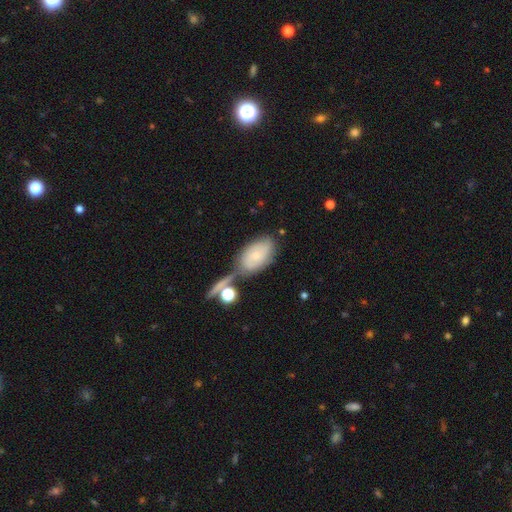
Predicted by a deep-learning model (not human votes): The model was most divided on "smooth or featured": smooth: 53%, featured or disk: 37%, star or artifact: 10%. More confident: how rounded — in between (89%); merging — none (52%).